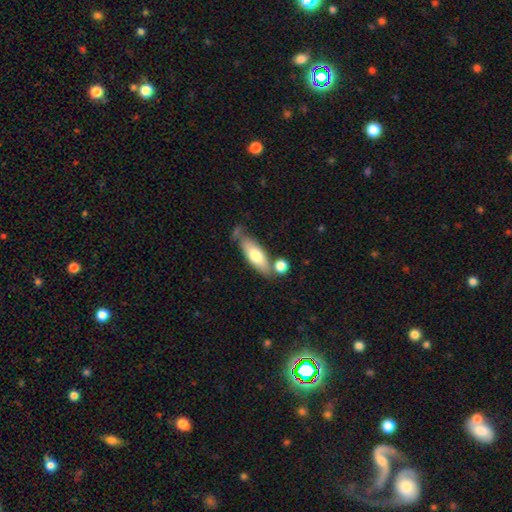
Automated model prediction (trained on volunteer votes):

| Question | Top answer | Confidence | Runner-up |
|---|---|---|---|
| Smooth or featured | smooth | 67% | featured or disk (27%) |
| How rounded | in between | 62% | cigar-shaped (35%) |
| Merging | none | 58% | minor disturbance (19%) |